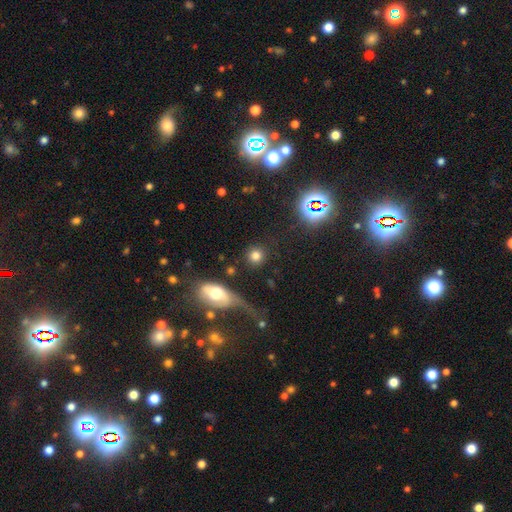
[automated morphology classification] smooth 77%, star or artifact 13%, featured or disk 10%. Down the decision tree: how rounded — round (90%); merging — none (79%).